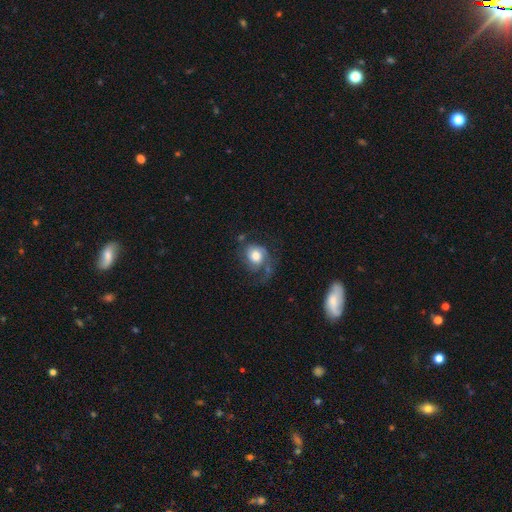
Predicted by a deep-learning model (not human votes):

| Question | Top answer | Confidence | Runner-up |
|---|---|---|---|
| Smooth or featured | featured or disk | 50% | smooth (42%) |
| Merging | none | 43% | major disturbance (31%) |